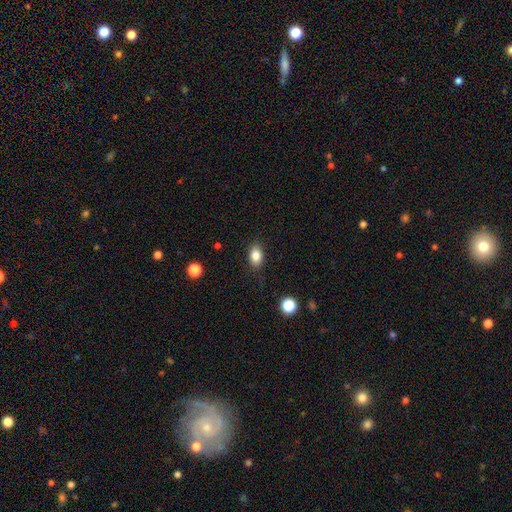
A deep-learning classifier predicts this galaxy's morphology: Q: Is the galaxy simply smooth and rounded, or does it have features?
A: smooth — 84%.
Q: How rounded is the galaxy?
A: in between — 83%.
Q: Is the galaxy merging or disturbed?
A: none — 84%.